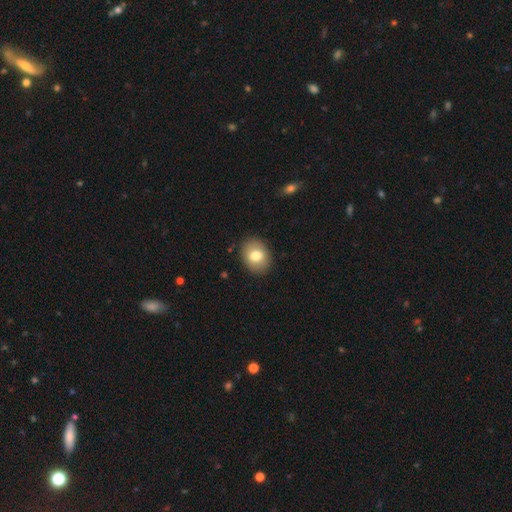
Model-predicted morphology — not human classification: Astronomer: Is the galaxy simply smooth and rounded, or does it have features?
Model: smooth — 77%.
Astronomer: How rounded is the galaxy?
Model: in between — 51% (runner-up: round, 48%).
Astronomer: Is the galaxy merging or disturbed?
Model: none — 88%.